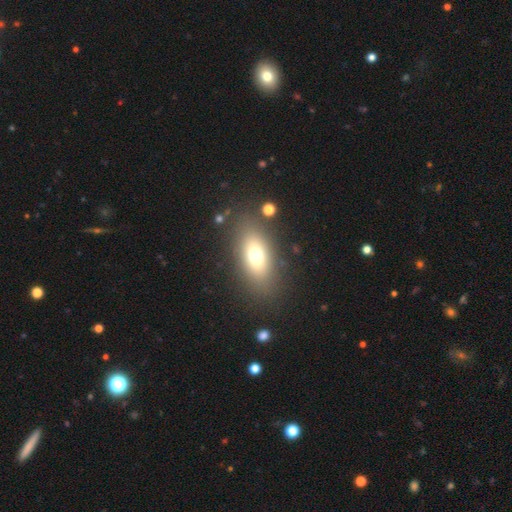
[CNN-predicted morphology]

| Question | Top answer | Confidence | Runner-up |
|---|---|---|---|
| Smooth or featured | smooth | 70% | featured or disk (18%) |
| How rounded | in between | 82% | round (10%) |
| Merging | none | 82% | minor disturbance (10%) |